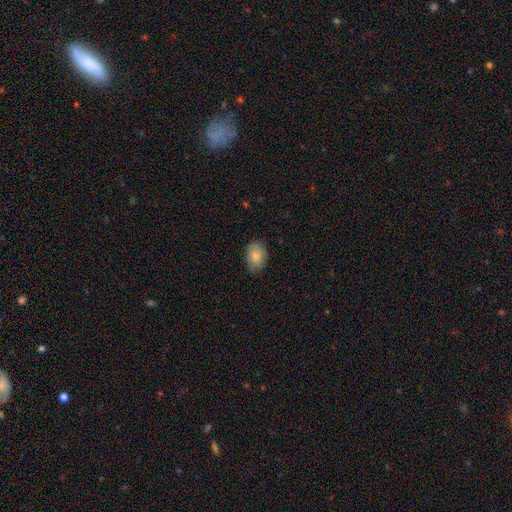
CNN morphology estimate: A smooth galaxy with no disk features (81%) that is in between round and cigar-shaped (79%).

Vote fractions:
- Smooth or featured? smooth: 81% / featured or disk: 12% / star or artifact: 7%
- How rounded? in between: 79% / round: 20% / cigar-shaped: 1%
- Merging? none: 79% / minor disturbance: 17% / major disturbance: 3% / merger: 1%